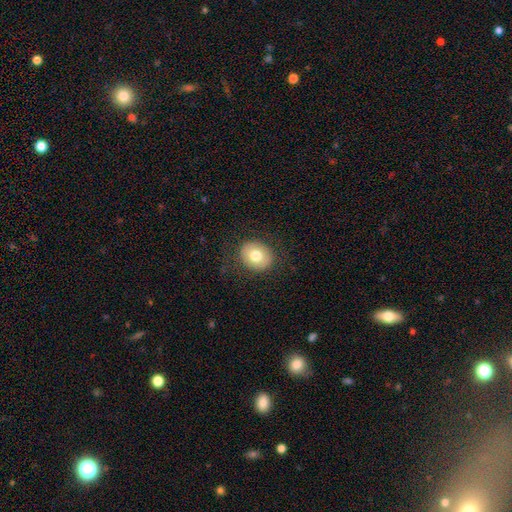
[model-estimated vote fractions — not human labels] Overall: smooth (76%). How rounded: round (66%; in between 33%). Merging: none (84%).